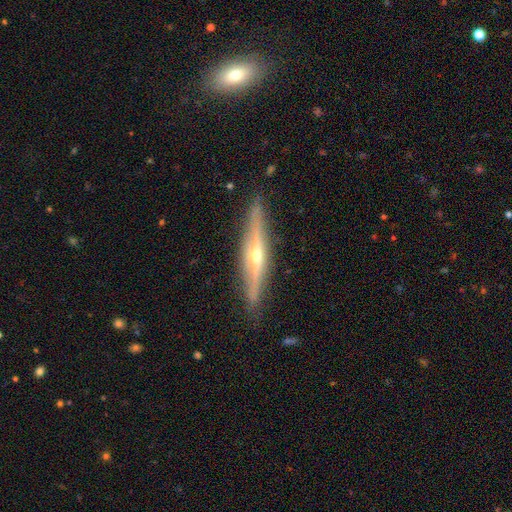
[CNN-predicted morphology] This appears to be a featured or disk galaxy (80%) viewed edge-on (96%) with a rounded central bulge (85%). Merging: none (88%).